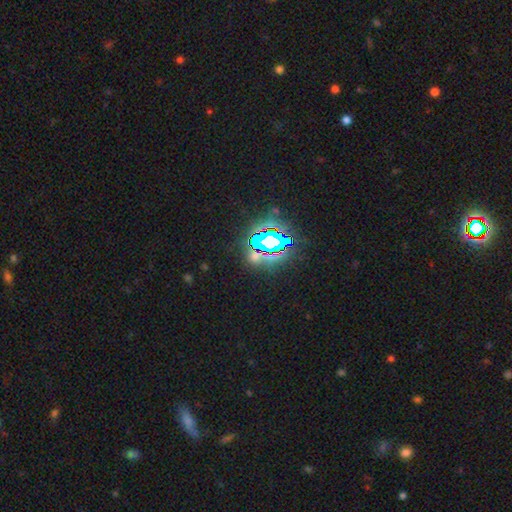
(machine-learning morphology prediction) A star or artifact, not a galaxy (72%).

Vote fractions:
- Smooth or featured? star or artifact: 72% / smooth: 18% / featured or disk: 9%